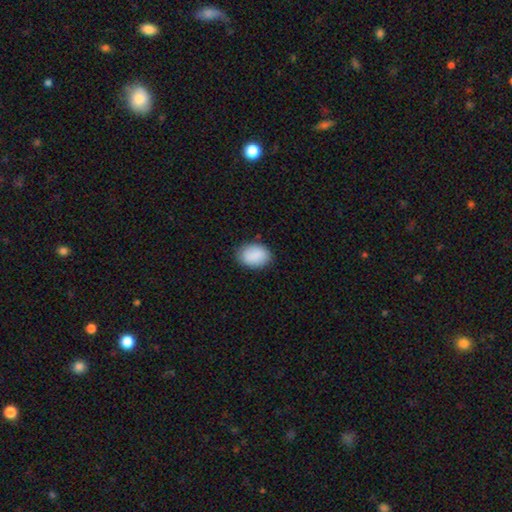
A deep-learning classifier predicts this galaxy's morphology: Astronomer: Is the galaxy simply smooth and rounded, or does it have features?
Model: smooth — 89%.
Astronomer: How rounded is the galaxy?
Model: in between — 79%.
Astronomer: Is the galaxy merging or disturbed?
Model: none — 83%.